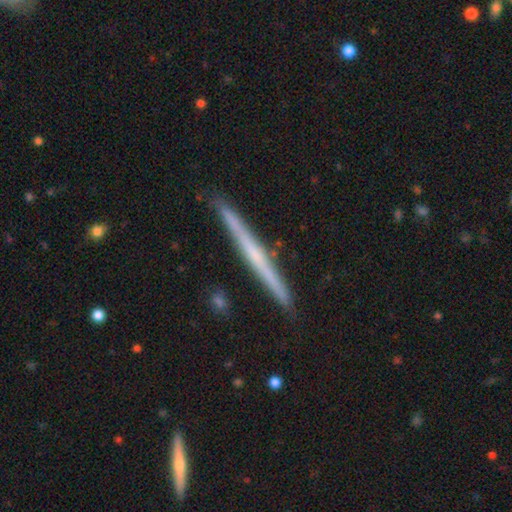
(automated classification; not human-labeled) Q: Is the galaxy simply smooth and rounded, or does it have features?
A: featured or disk — 63%.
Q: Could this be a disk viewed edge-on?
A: yes — 98%.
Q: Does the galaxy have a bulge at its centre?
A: none — 73%.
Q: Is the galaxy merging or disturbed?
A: none — 90%.